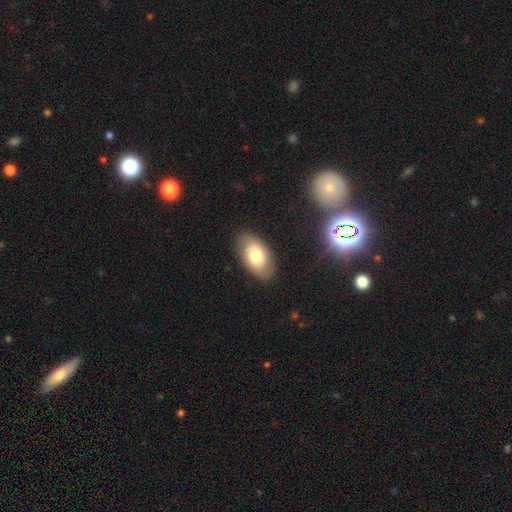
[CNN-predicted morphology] This appears to be a smooth galaxy with no disk features (74%) that is in between round and cigar-shaped (94%). Merging: none (84%).